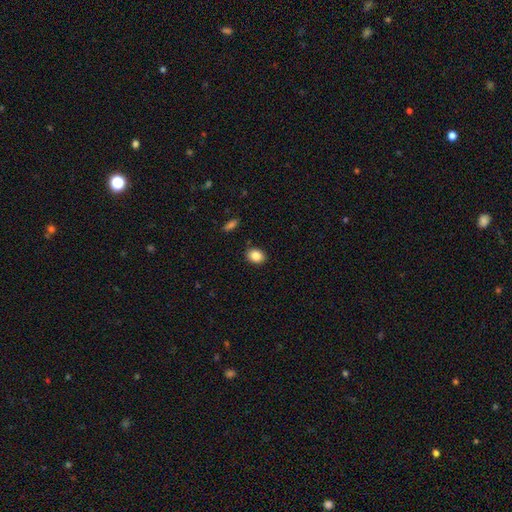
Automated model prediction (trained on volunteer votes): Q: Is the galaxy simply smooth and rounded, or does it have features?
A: smooth — 87%.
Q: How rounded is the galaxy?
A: in between — 59%.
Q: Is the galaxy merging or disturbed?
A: none — 87%.